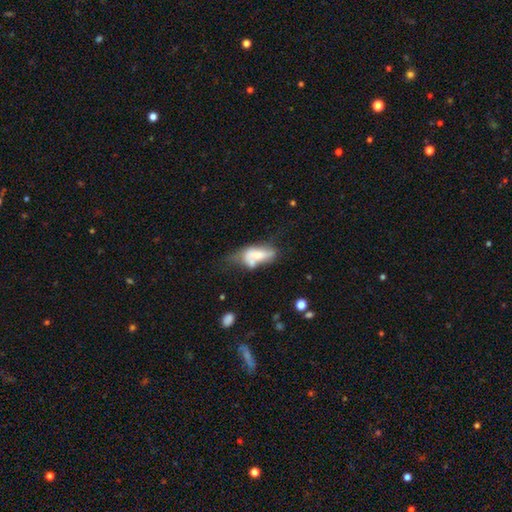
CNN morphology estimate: A smooth galaxy with no disk features (52%) that is in between round and cigar-shaped (82%).

Vote fractions:
- Smooth or featured? smooth: 52% / featured or disk: 40% / star or artifact: 8%
- How rounded? in between: 82% / cigar-shaped: 14% / round: 4%
- Merging? merger: 30% / major disturbance: 24% / minor disturbance: 23% / none: 23%